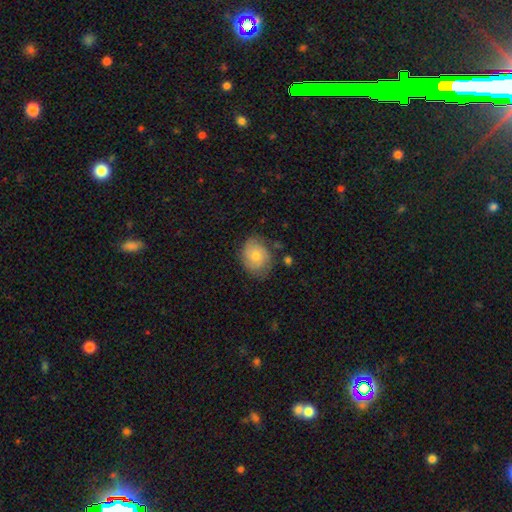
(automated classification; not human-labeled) A smooth galaxy with no disk features (66%) that is round (53%).

Vote fractions:
- Smooth or featured? smooth: 66% / featured or disk: 27% / star or artifact: 8%
- How rounded? round: 53% / in between: 46% / cigar-shaped: 1%
- Merging? none: 70% / minor disturbance: 22% / major disturbance: 6% / merger: 2%